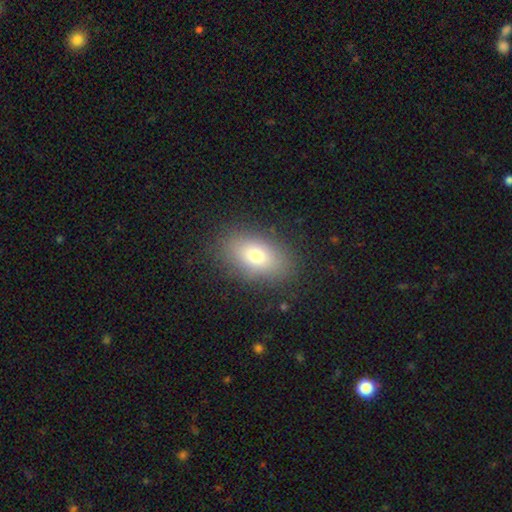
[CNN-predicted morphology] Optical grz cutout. It shows a smooth galaxy with no disk features (76%) that is in between round and cigar-shaped (87%). Merging: none (86%).